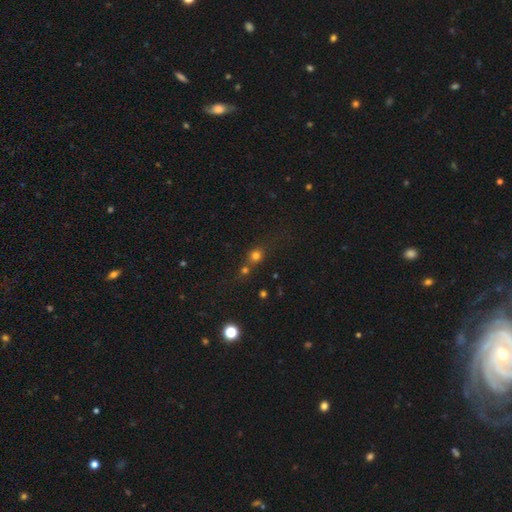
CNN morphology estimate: Smooth or featured? Predicted: smooth (p=0.71). How rounded? Predicted: round (p=0.80). Merging? Predicted: none (p=0.49).